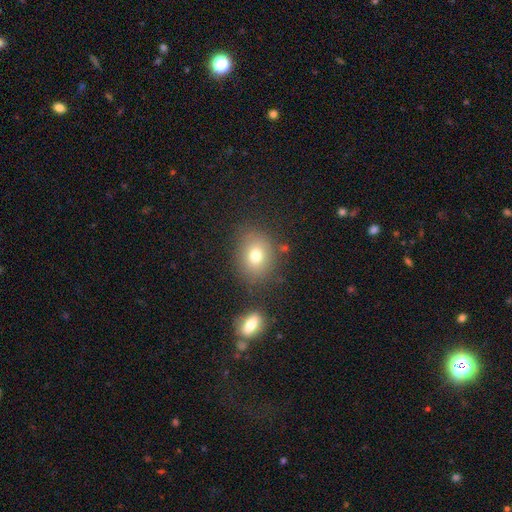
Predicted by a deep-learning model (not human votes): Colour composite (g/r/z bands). It shows a smooth galaxy with no disk features (75%) that is round (56%). Merging: none (76%).